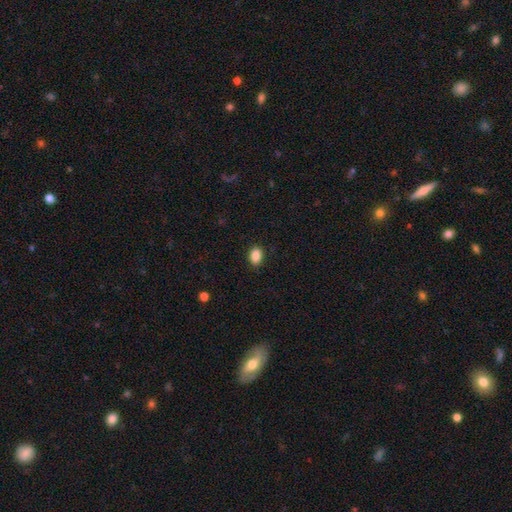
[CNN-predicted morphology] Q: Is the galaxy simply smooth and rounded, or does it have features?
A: smooth — 89%.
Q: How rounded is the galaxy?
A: in between — 82%.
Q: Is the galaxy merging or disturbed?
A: none — 88%.